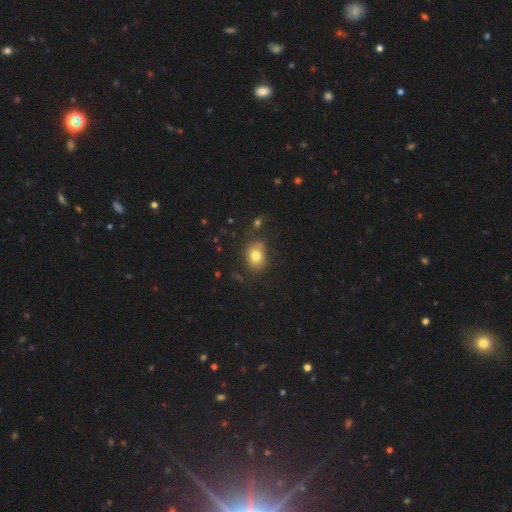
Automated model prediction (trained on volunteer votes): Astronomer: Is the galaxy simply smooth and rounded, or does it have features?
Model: smooth — 79%.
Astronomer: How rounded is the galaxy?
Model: round — 50% (runner-up: in between, 49%).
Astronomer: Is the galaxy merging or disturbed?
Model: none — 69%.